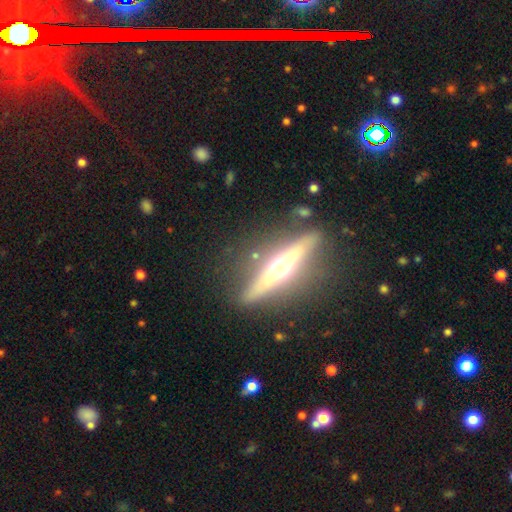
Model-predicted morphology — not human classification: A featured or disk galaxy (73%) viewed edge-on (93%) with a rounded central bulge (92%). Merging: none (81%).